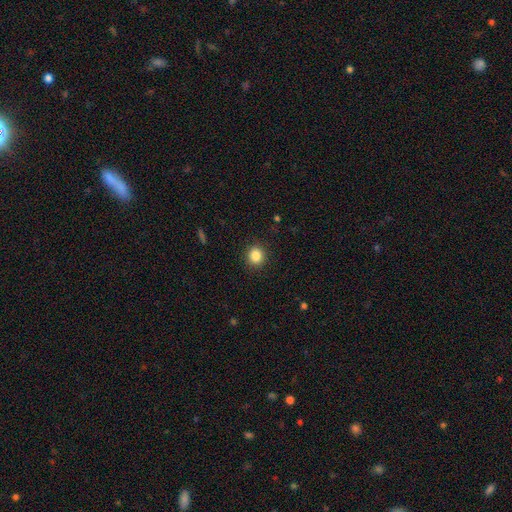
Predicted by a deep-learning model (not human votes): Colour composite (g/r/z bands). It shows a smooth galaxy with no disk features (86%) that is round (82%). Merging: none (90%).